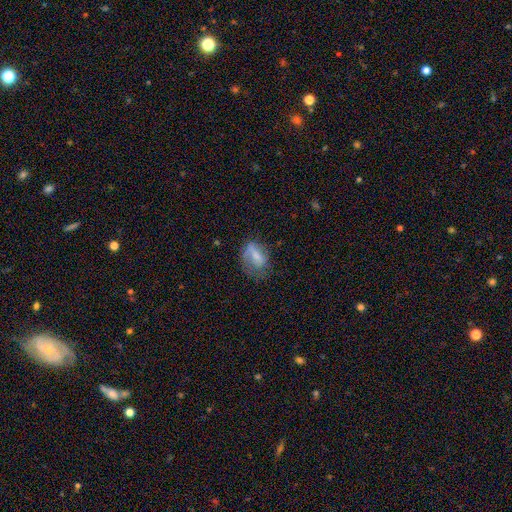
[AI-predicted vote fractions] Morphology: type=smooth (52%); roundness=in between (75%); merging=none (42%).